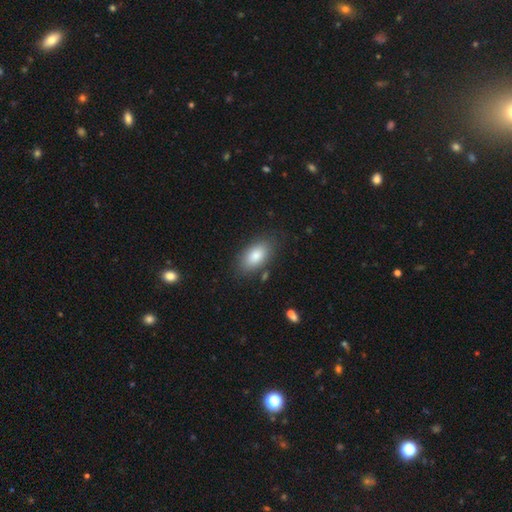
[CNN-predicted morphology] Smooth or featured: smooth — 83% (featured or disk — 10%)
How rounded: in between — 93% (round — 5%)
Merging: none — 81% (minor disturbance — 13%)